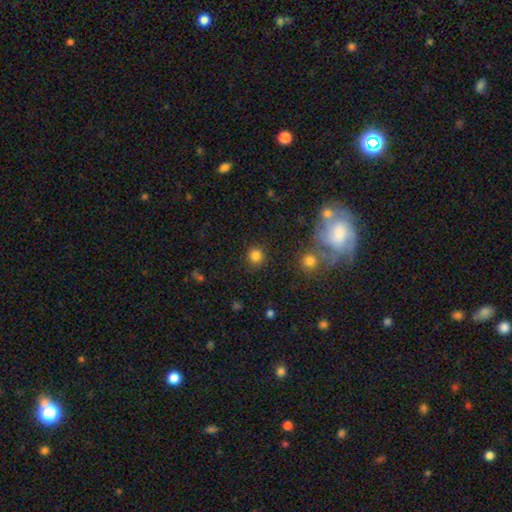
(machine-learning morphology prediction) Smooth or featured? smooth (82%)
How rounded? round (91%)
Merging? none (88%)